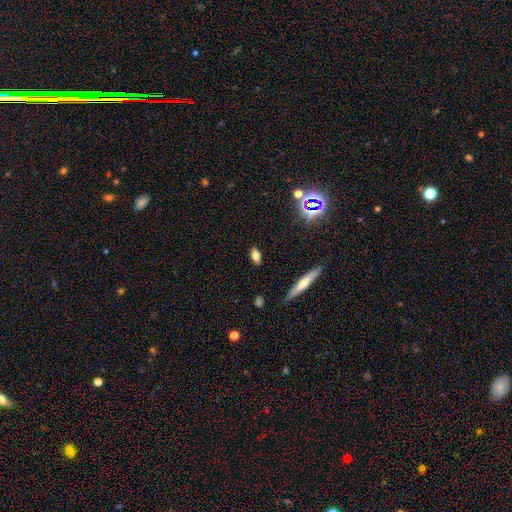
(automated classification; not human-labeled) Morphology: type=smooth (69%); roundness=in between (74%); merging=none (86%).